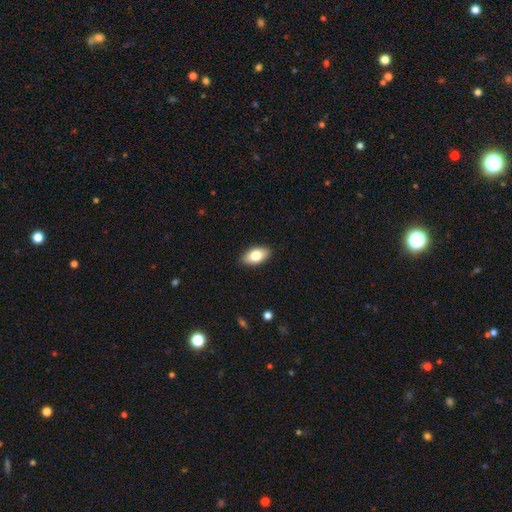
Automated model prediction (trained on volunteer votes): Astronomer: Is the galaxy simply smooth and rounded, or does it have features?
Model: smooth — 80%.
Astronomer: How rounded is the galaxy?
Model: in between — 93%.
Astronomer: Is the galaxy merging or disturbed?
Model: none — 89%.